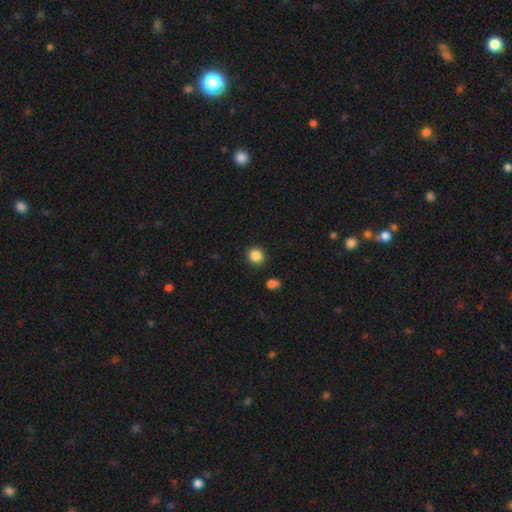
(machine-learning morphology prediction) Smooth or featured? smooth (86%)
How rounded? round (91%)
Merging? none (89%)